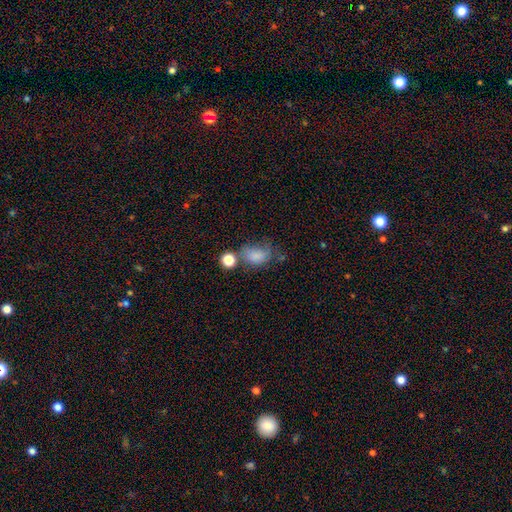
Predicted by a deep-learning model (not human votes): Smooth or featured? smooth (78%)
How rounded? in between (77%)
Merging? none (40%)